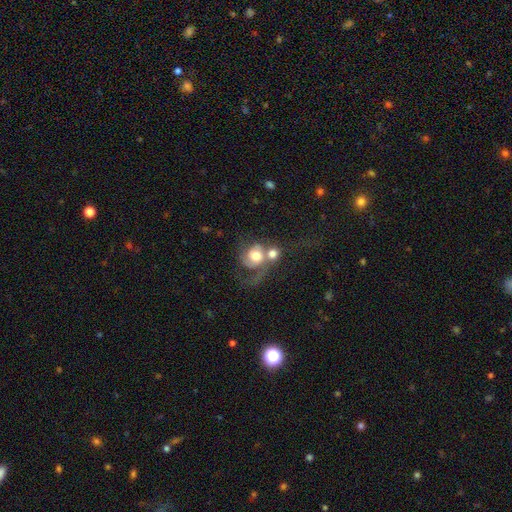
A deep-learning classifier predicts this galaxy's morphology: This is possibly a featured or disk galaxy (50%). Merging: possibly merger (57%).